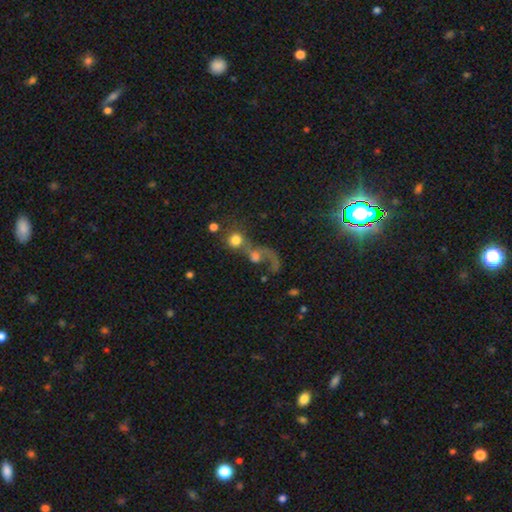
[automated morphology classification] Smooth or featured? Predicted: smooth (p=0.50). Merging? Predicted: merger (p=0.56).